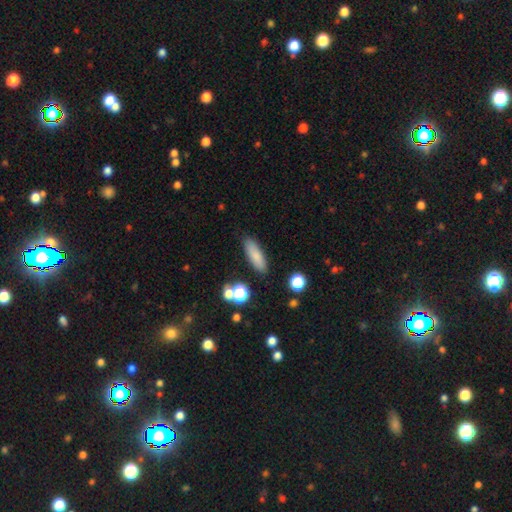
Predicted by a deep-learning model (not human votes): This is clearly a smooth galaxy (81%). How rounded: possibly cigar-shaped (49%). Merging: clearly none (85%).